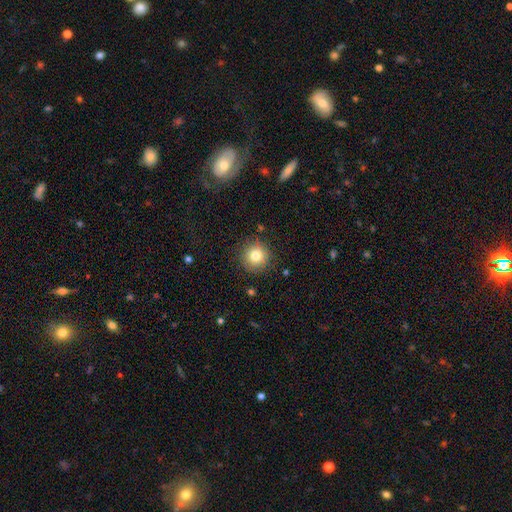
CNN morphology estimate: This appears to be a smooth galaxy with no disk features (81%) that is round (94%). Merging: none (88%).